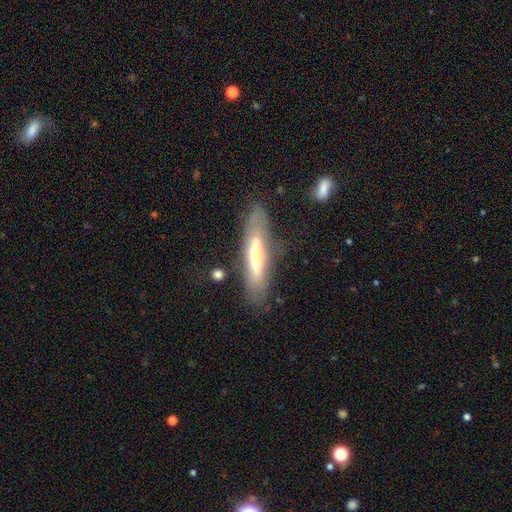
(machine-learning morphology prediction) smooth-or-featured: featured or disk: 56% | smooth: 37% | star or artifact: 7%
  disk-edge-on: yes: 64% | no: 36%
  merging: none: 72% | minor disturbance: 17% | major disturbance: 7% | merger: 4%